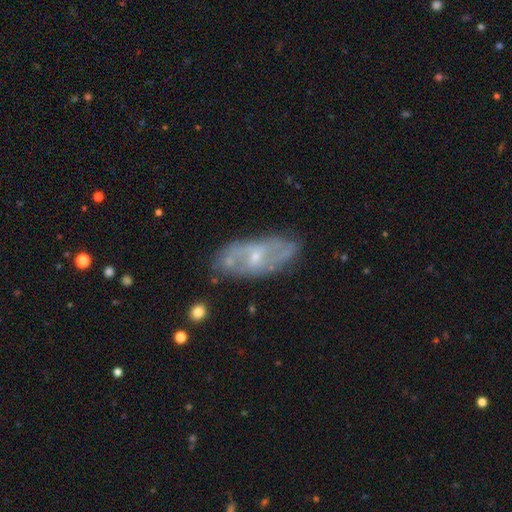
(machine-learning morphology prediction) A featured or disk galaxy (71%) with no bar (50%), spiral arms (67%) and a small central bulge (70%).

Vote fractions:
- Smooth or featured? featured or disk: 71% / smooth: 21% / star or artifact: 7%
- Edge-on disk? no: 89% / yes: 11%
- Bar? no: 50% / weak: 39% / strong: 11%
- Spiral arms? yes: 67% / no: 33%
- Bulge size? small: 70% / moderate: 24% / none: 4% / large: 1% / dominant: 1%
- Merging? none: 67% / minor disturbance: 21% / major disturbance: 8% / merger: 4%